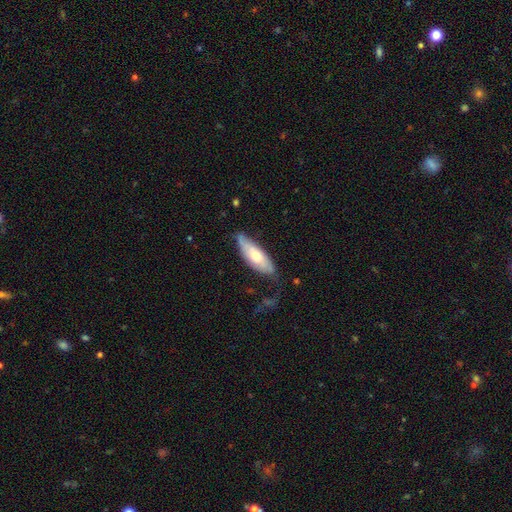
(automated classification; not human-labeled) Smooth or featured? Predicted: smooth (p=0.61). How rounded? Predicted: in between (p=0.63). Merging? Predicted: none (p=0.56).